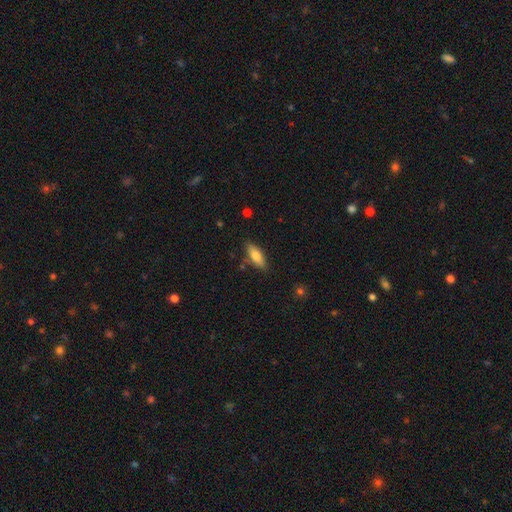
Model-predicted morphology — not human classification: smooth 74%, featured or disk 20%, star or artifact 6%. Down the decision tree: how rounded — in between (66%); merging — none (81%).